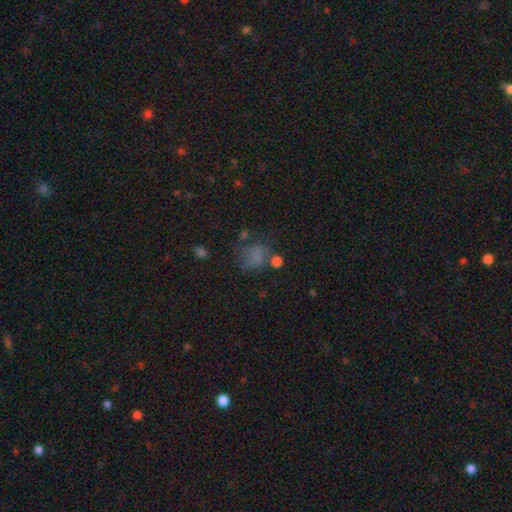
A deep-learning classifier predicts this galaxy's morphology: type=smooth (67%); roundness=round (60%); merging=none (49%).